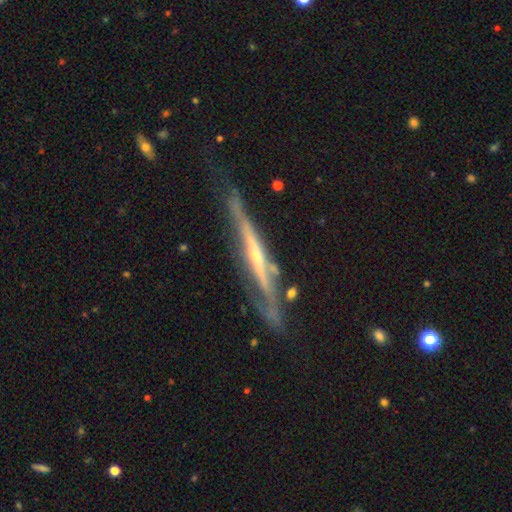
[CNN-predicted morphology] Smooth or featured? featured or disk (83%)
Edge-on disk? yes (92%)
Edge-on bulge? rounded (57%)
Merging? none (66%)